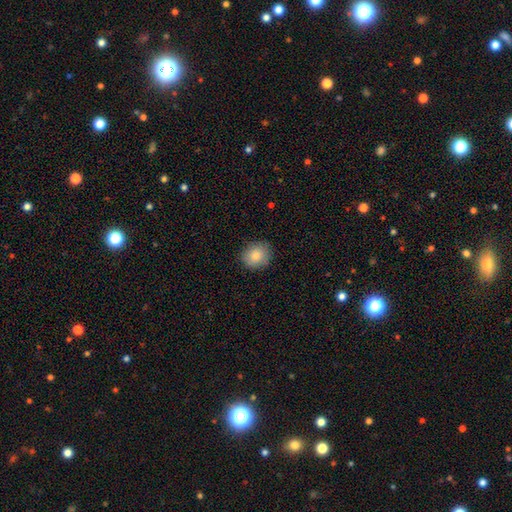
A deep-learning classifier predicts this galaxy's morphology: This is clearly a smooth galaxy (83%). How rounded: likely round (68%). Merging: clearly none (85%).